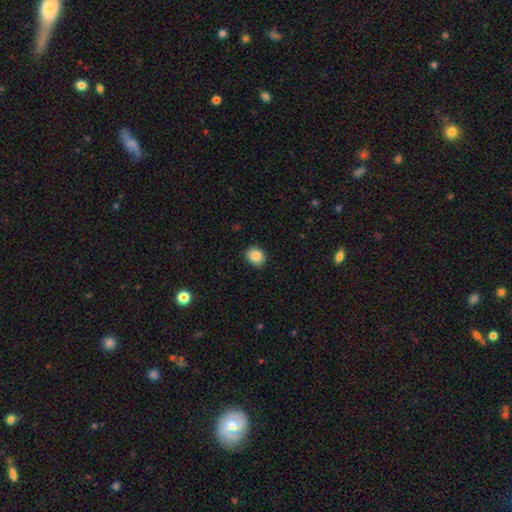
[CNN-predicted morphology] Smooth or featured: smooth — 86% (star or artifact — 9%)
How rounded: round — 68% (in between — 31%)
Merging: none — 89% (minor disturbance — 8%)